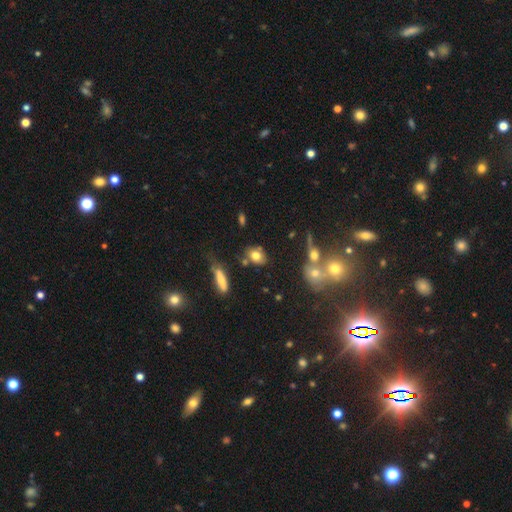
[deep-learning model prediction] A smooth galaxy with no disk features (74%) that is in between round and cigar-shaped (65%). Merging: none (68%).